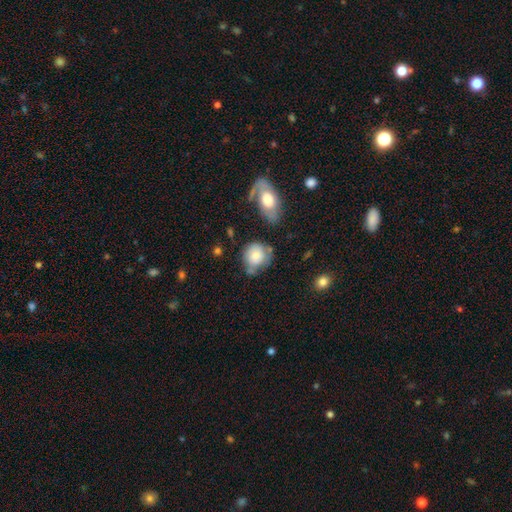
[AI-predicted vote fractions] smooth-or-featured: smooth: 73% | featured or disk: 19% | star or artifact: 8%
  how-rounded: round: 78% | in between: 21% | cigar-shaped: 1%
  merging: none: 46% | minor disturbance: 29% | merger: 13% | major disturbance: 11%